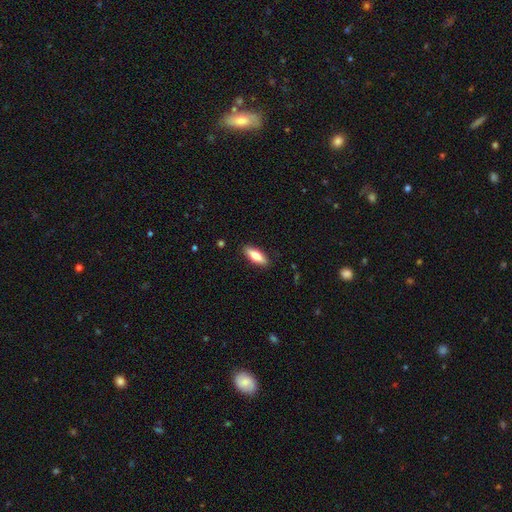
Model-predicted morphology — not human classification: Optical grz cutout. It shows a smooth galaxy with no disk features (71%) that is in between round and cigar-shaped (61%). Merging: none (88%).